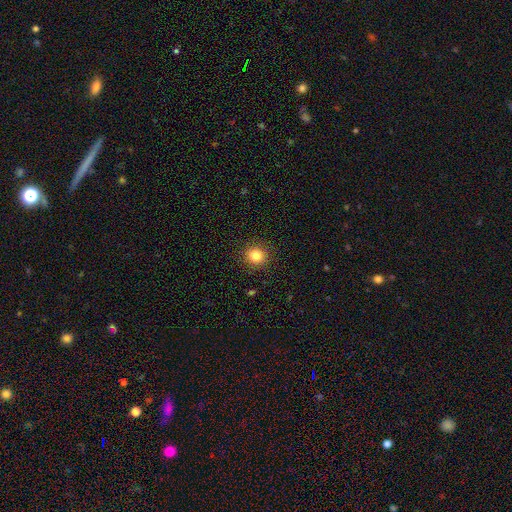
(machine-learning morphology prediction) Smooth or featured?
  - smooth: 82% *
  - star or artifact: 12%
  - featured or disk: 6%
How rounded?
  - round: 90% *
  - in between: 9%
  - cigar-shaped: 1%
Merging?
  - none: 91% *
  - minor disturbance: 6%
  - major disturbance: 2%
  - merger: 1%